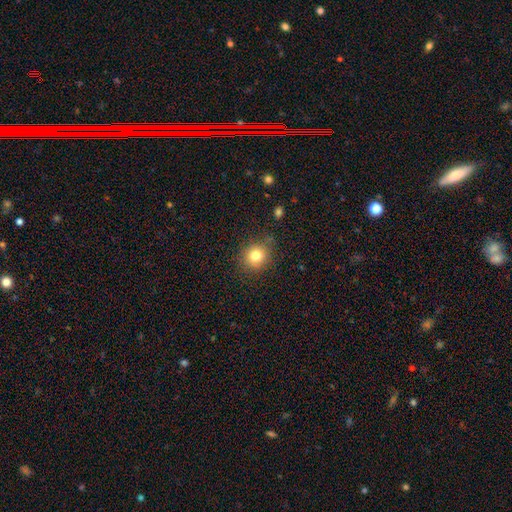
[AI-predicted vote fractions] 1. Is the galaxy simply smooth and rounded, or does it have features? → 80% smooth, 12% star or artifact, 8% featured or disk.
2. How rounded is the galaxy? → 83% round, 16% in between, 1% cigar-shaped.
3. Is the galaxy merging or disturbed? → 82% none, 13% minor disturbance, 4% major disturbance, 2% merger.